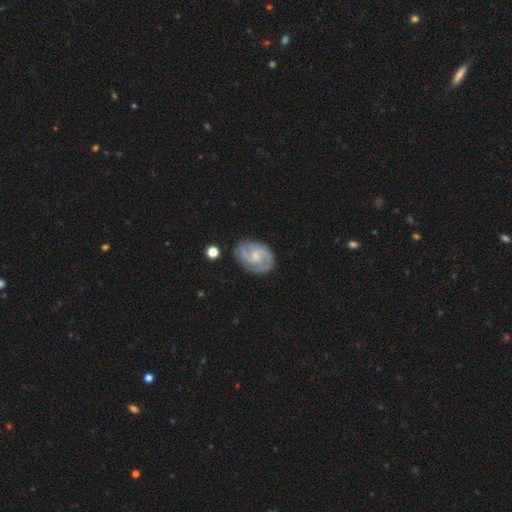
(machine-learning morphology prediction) type=featured or disk (80%); edge-on=no (98%); bar=no (50%); spiral arms=yes (95%); winding=medium (48%); arm count=2 (64%); bulge=small (60%); merging=none (75%).